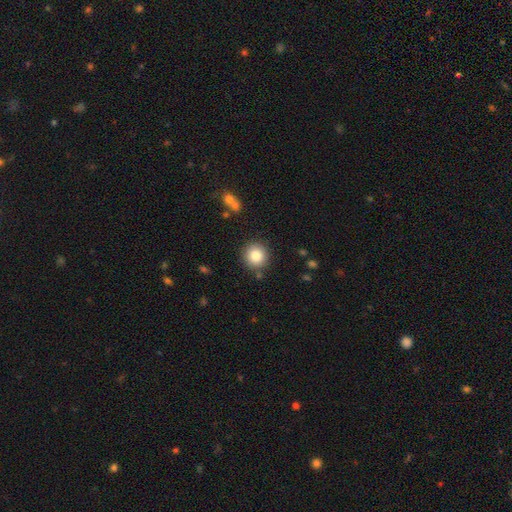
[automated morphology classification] smooth-or-featured: smooth: 82% | star or artifact: 10% | featured or disk: 8%
  how-rounded: round: 92% | in between: 7% | cigar-shaped: 1%
  merging: none: 87% | minor disturbance: 7% | merger: 3% | major disturbance: 2%